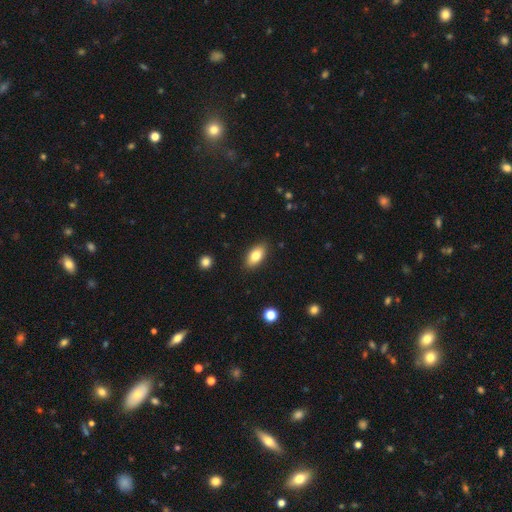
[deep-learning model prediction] A smooth galaxy with no disk features (81%) that is in between round and cigar-shaped (90%).

Vote fractions:
- Smooth or featured? smooth: 81% / featured or disk: 11% / star or artifact: 7%
- How rounded? in between: 90% / cigar-shaped: 6% / round: 4%
- Merging? none: 87% / minor disturbance: 9% / major disturbance: 2% / merger: 1%